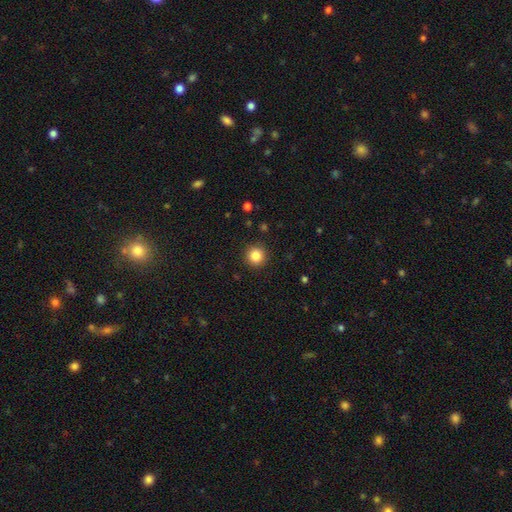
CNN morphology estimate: This appears to be a smooth galaxy with no disk features (84%) that is round (95%). Merging: none (92%).